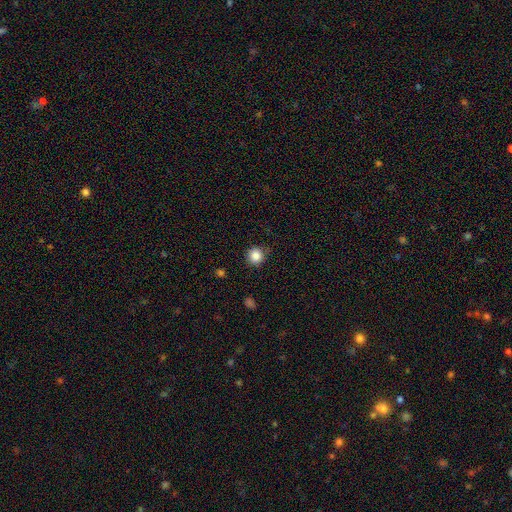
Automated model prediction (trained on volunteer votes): A smooth galaxy with no disk features (85%) that is round (93%). Merging: none (85%).